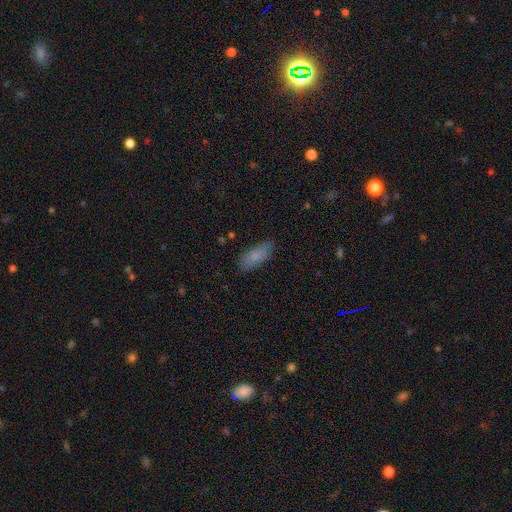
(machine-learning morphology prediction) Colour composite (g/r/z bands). It shows a smooth galaxy with no disk features (80%) that is in between round and cigar-shaped (77%). Merging: none (83%).